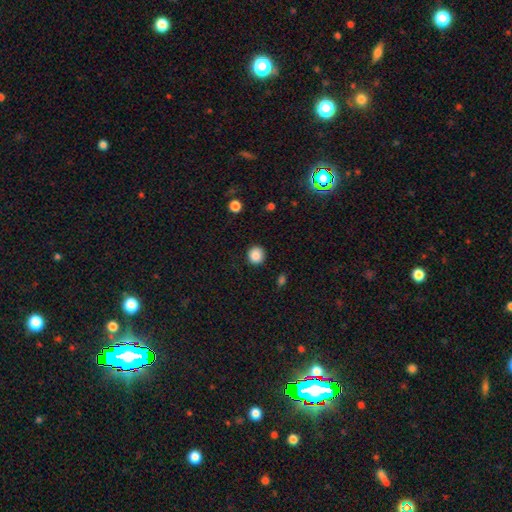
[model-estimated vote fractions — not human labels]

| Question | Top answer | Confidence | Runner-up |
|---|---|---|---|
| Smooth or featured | smooth | 87% | star or artifact (10%) |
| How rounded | round | 91% | in between (8%) |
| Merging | none | 89% | minor disturbance (7%) |